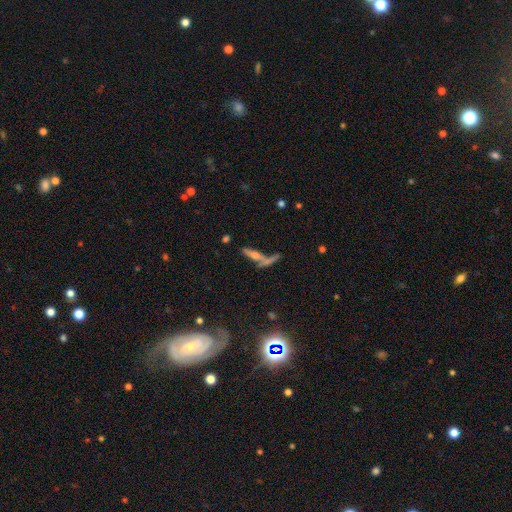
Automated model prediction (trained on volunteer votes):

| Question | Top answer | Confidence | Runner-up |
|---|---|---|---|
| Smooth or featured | featured or disk | 47% | smooth (31%) |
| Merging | none | 36% | merger (34%) |